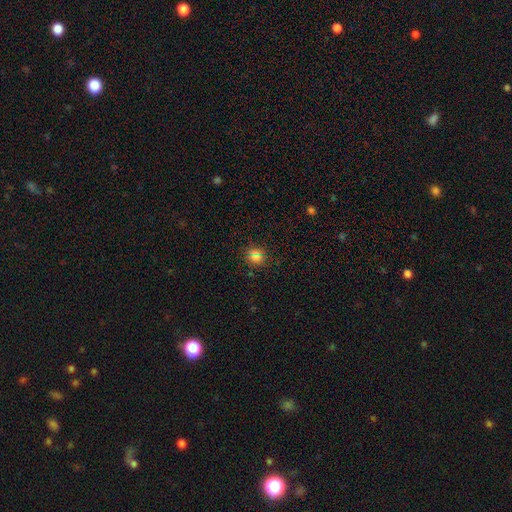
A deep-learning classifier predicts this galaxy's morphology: This is likely a smooth galaxy (74%). How rounded: clearly round (87%). Merging: clearly none (82%).